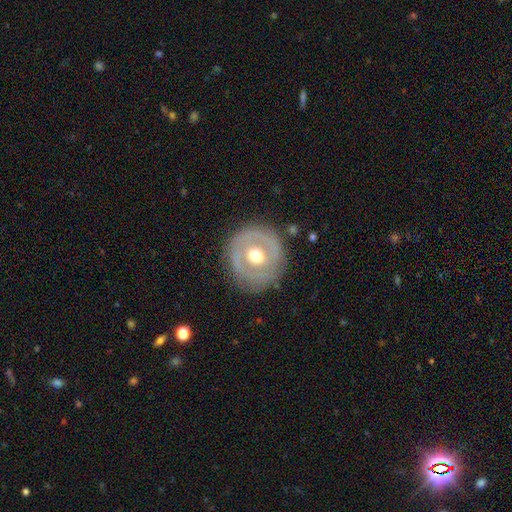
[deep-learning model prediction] Q: Smooth or featured?
A: featured or disk (60%); runner-up: smooth (35%)
Q: Edge-on disk?
A: no (95%); runner-up: yes (5%)
Q: Bar?
A: no (76%); runner-up: weak (18%)
Q: Spiral arms?
A: no (75%); runner-up: yes (25%)
Q: Bulge size?
A: moderate (76%); runner-up: large (12%)
Q: Merging?
A: none (79%); runner-up: minor disturbance (14%)